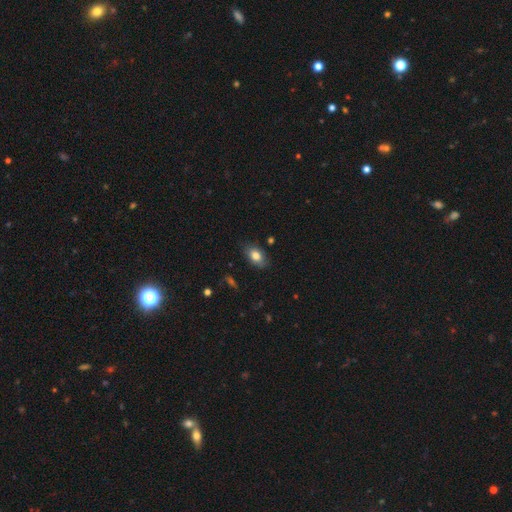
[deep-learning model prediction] Overall: smooth (80%). How rounded: in between (89%). Merging: none (81%).